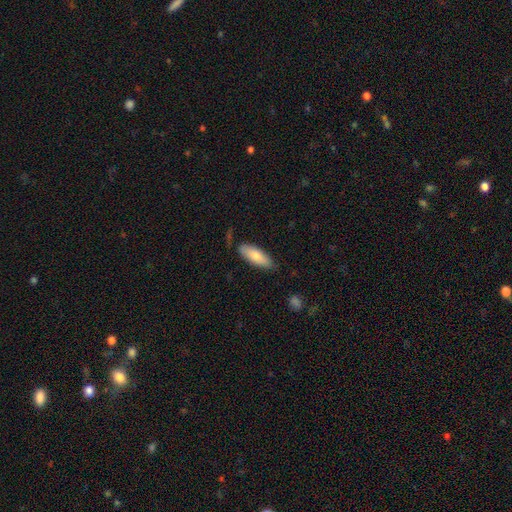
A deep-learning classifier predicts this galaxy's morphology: Smooth or featured: smooth — 77% (featured or disk — 17%)
How rounded: in between — 71% (cigar-shaped — 27%)
Merging: none — 76% (minor disturbance — 17%)